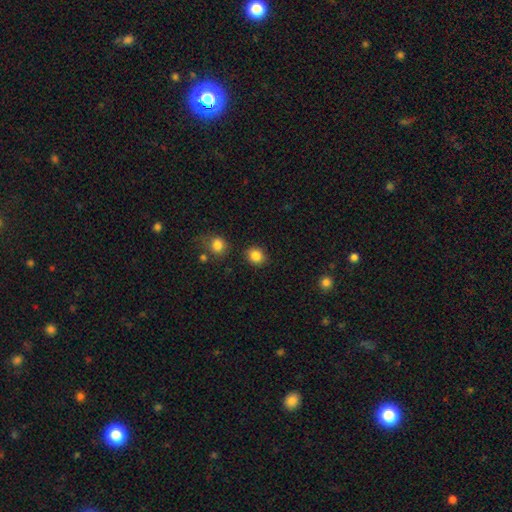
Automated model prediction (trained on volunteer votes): This appears to be a smooth galaxy with no disk features (85%) that is round (75%). Merging: none (86%).